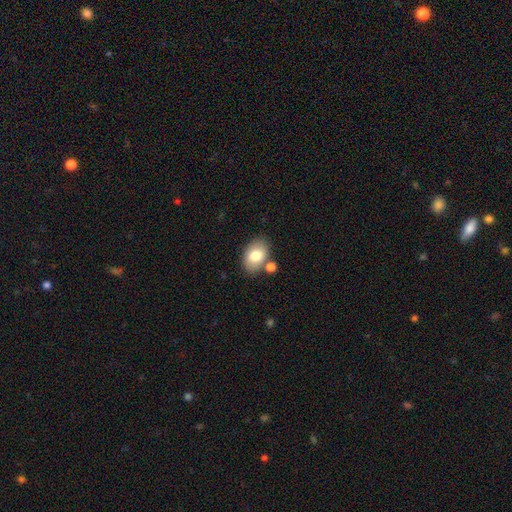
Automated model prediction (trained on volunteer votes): This appears to be a smooth galaxy with no disk features (78%) that is in between round and cigar-shaped (82%). Merging: none (73%).